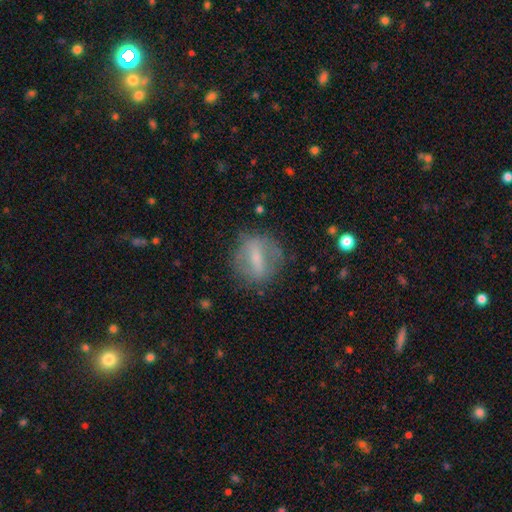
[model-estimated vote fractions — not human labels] The model was most divided on "smooth or featured": featured or disk: 47%, smooth: 44%, star or artifact: 9%. More confident: merging — none (73%).